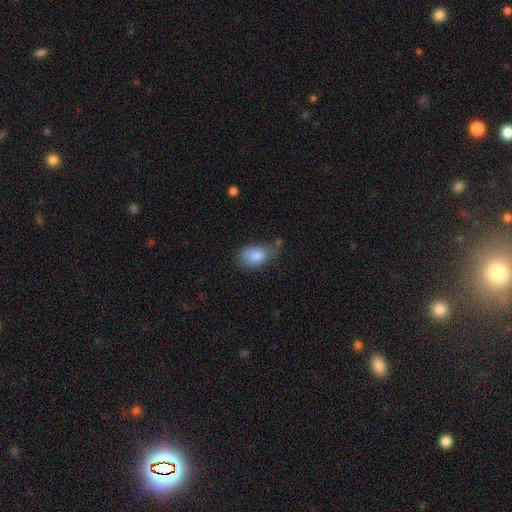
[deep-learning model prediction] smooth_or_featured: smooth (p=0.83) [alt: featured or disk p=0.09]
how_rounded: in between (p=0.87) [alt: round p=0.11]
merging: none (p=0.40) [alt: minor disturbance p=0.38]